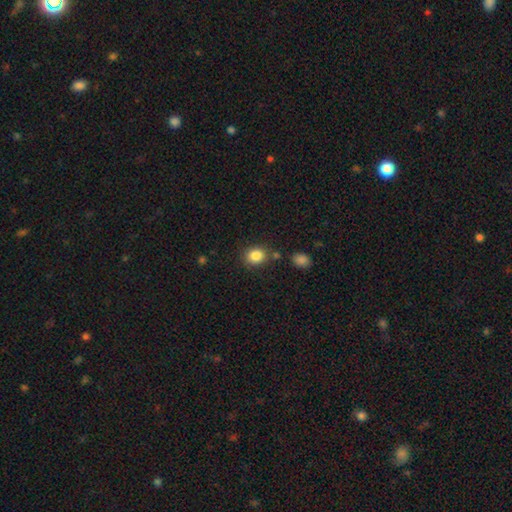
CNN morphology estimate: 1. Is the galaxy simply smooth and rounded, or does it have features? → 85% smooth, 9% star or artifact, 5% featured or disk.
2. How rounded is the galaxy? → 66% round, 34% in between, 1% cigar-shaped.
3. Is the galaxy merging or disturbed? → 78% none, 11% minor disturbance, 8% merger, 3% major disturbance.